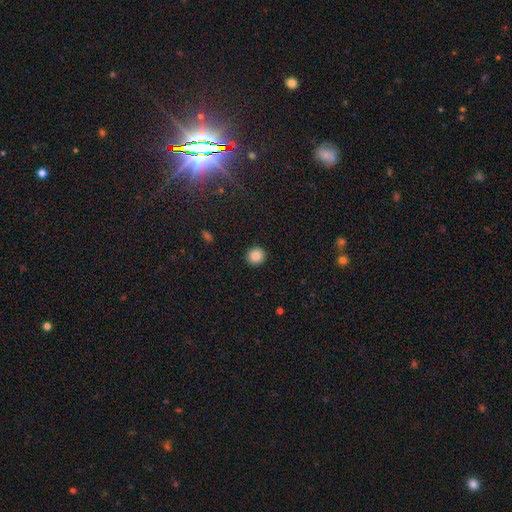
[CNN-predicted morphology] Smooth or featured? Predicted: smooth (p=0.86). How rounded? Predicted: round (p=0.92). Merging? Predicted: none (p=0.93).